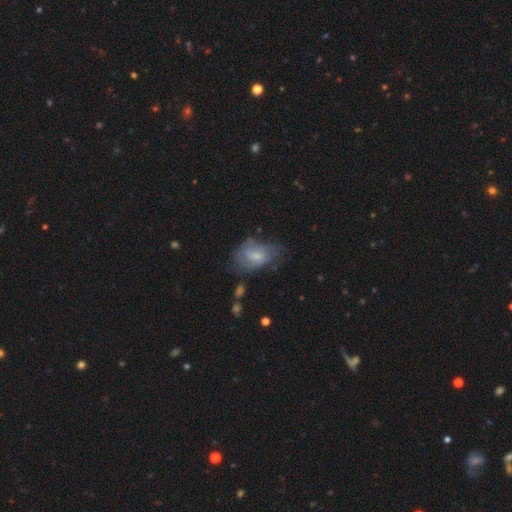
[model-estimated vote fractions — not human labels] Smooth or featured? smooth (51%)
How rounded? in between (86%)
Merging? none (42%)